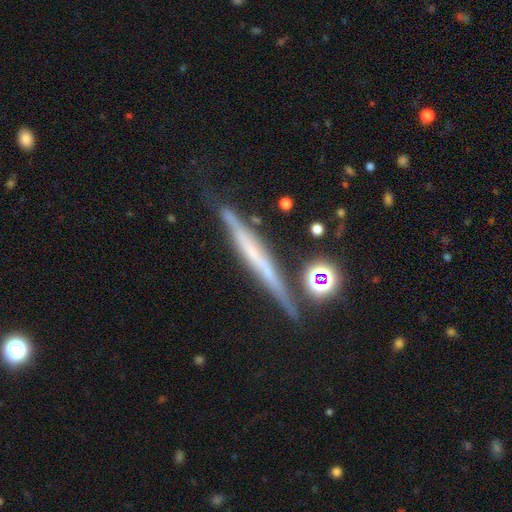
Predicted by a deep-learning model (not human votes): Smooth or featured? Predicted: featured or disk (p=0.65). Edge-on disk? Predicted: yes (p=0.94). Edge-on bulge? Predicted: none (p=0.71). Merging? Predicted: none (p=0.69).